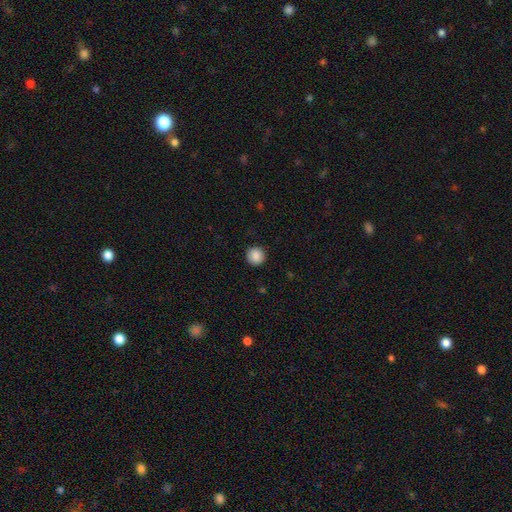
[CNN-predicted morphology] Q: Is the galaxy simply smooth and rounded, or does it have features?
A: smooth — 88%.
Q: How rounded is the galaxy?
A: round — 94%.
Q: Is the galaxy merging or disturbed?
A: none — 91%.